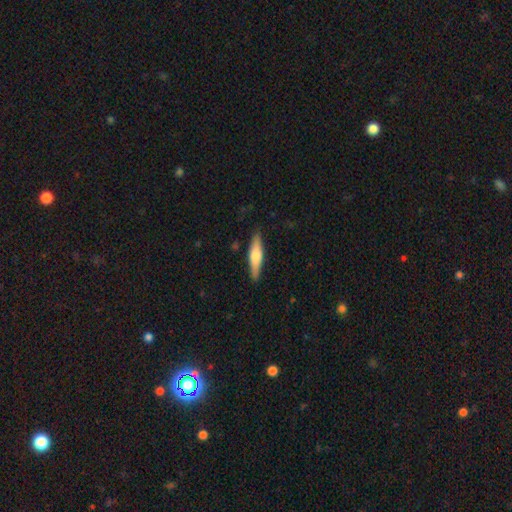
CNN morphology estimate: Overall: smooth (56%; featured or disk 38%). How rounded: cigar-shaped (76%). Merging: none (87%).